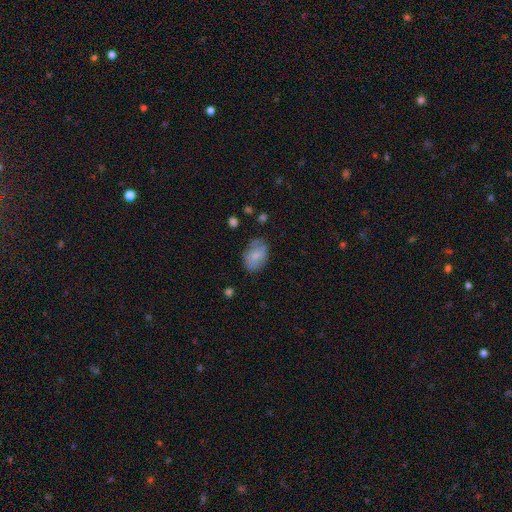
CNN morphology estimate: The model was most divided on "merging": none: 71%, minor disturbance: 21%, major disturbance: 7%, merger: 2%. More confident: how rounded — in between (81%); smooth or featured — smooth (75%).